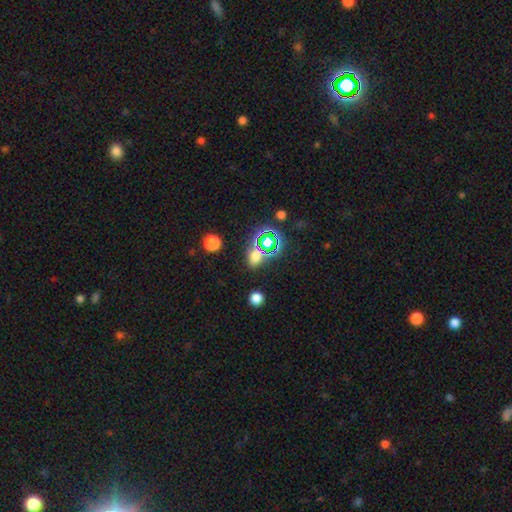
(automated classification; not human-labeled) smooth-or-featured: smooth: 48% | star or artifact: 42% | featured or disk: 10%
  merging: none: 76% | minor disturbance: 11% | merger: 7% | major disturbance: 6%